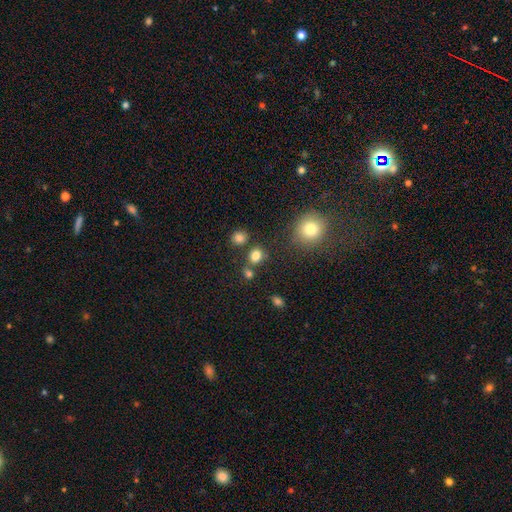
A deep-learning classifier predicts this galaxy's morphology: A smooth galaxy with no disk features (81%) that is round (70%). Merging: none (72%).